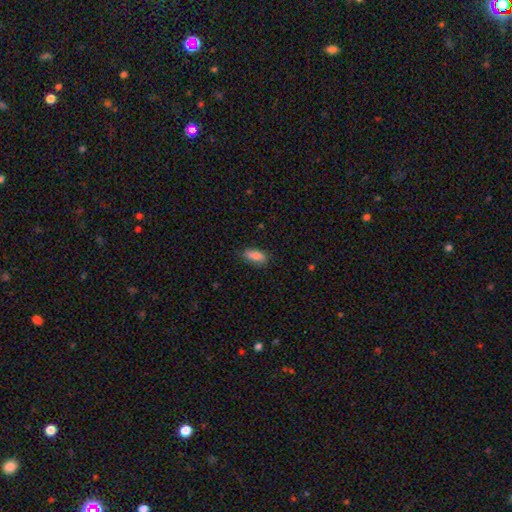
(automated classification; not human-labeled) The model was most divided on "merging": none: 78%, minor disturbance: 17%, major disturbance: 3%, merger: 1%. More confident: smooth or featured — smooth (86%); how rounded — in between (84%).